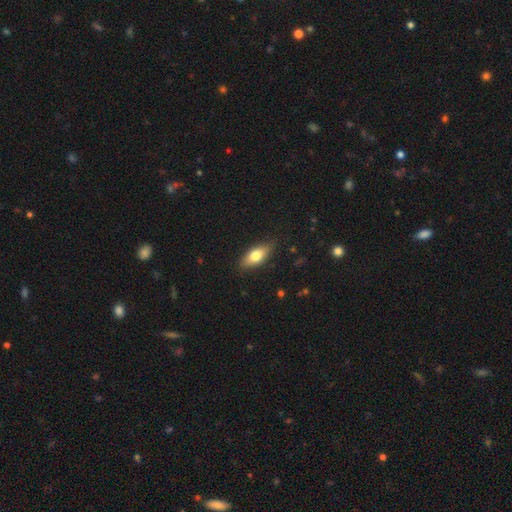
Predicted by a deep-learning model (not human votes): smooth_or_featured: smooth (p=0.72) [alt: featured or disk p=0.21]
how_rounded: in between (p=0.81) [alt: cigar-shaped p=0.16]
merging: none (p=0.84) [alt: minor disturbance p=0.12]